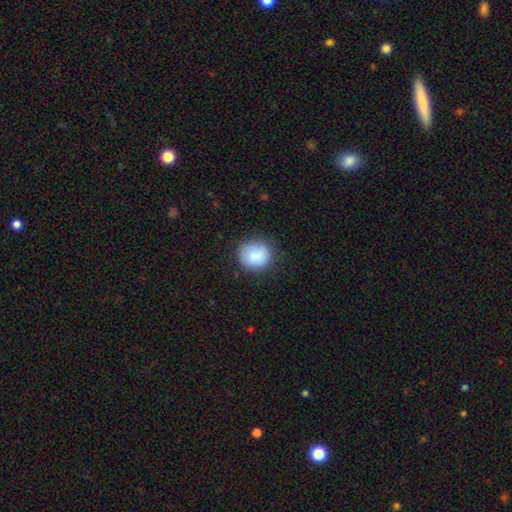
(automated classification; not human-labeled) Q: Smooth or featured?
A: smooth (83%); runner-up: featured or disk (10%)
Q: How rounded?
A: round (85%); runner-up: in between (14%)
Q: Merging?
A: none (80%); runner-up: minor disturbance (15%)